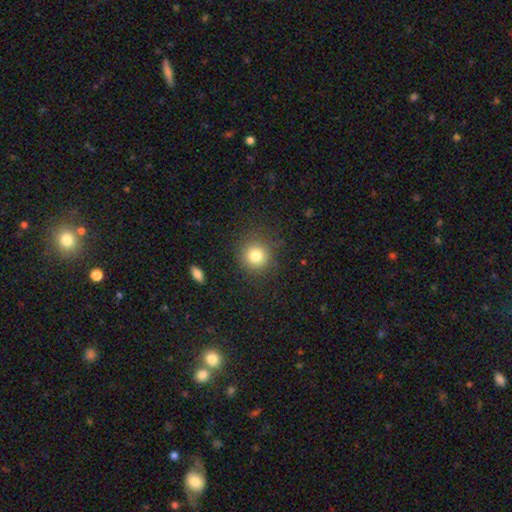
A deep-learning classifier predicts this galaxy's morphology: smooth_or_featured: smooth (p=0.81) [alt: star or artifact p=0.12]
how_rounded: round (p=0.92) [alt: in between p=0.07]
merging: none (p=0.87) [alt: minor disturbance p=0.08]